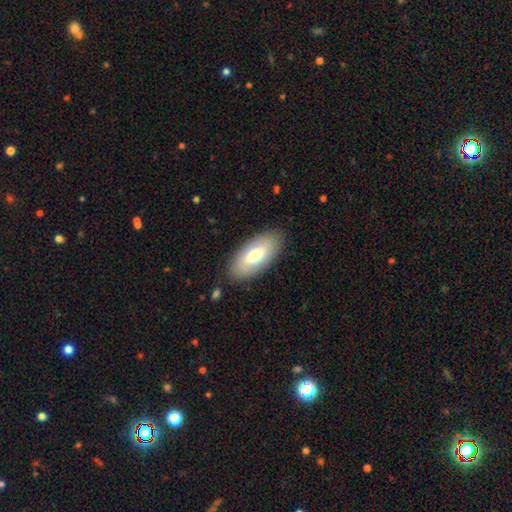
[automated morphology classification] Q: Smooth or featured?
A: smooth (64%); runner-up: featured or disk (29%)
Q: How rounded?
A: in between (90%); runner-up: cigar-shaped (8%)
Q: Merging?
A: none (87%); runner-up: minor disturbance (9%)